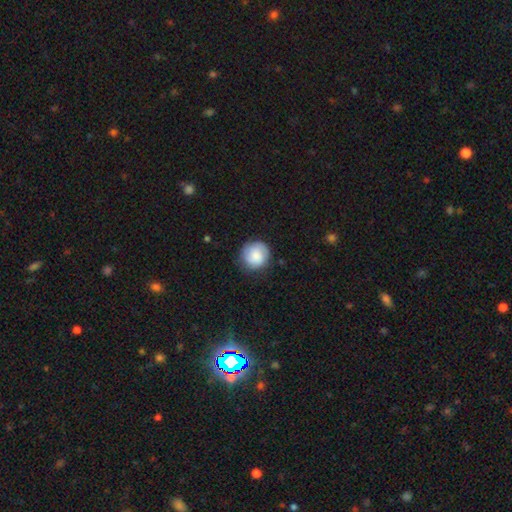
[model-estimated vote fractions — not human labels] smooth-or-featured: smooth: 72% | featured or disk: 21% | star or artifact: 7%
  how-rounded: round: 92% | in between: 7% | cigar-shaped: 1%
  merging: none: 78% | minor disturbance: 16% | major disturbance: 5% | merger: 1%